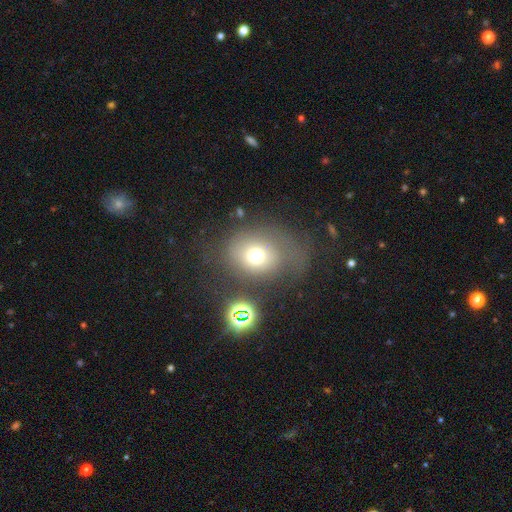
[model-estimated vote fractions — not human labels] smooth-or-featured: smooth: 66% | featured or disk: 18% | star or artifact: 16%
  how-rounded: round: 61% | in between: 38% | cigar-shaped: 1%
  merging: none: 46% | major disturbance: 28% | minor disturbance: 21% | merger: 5%